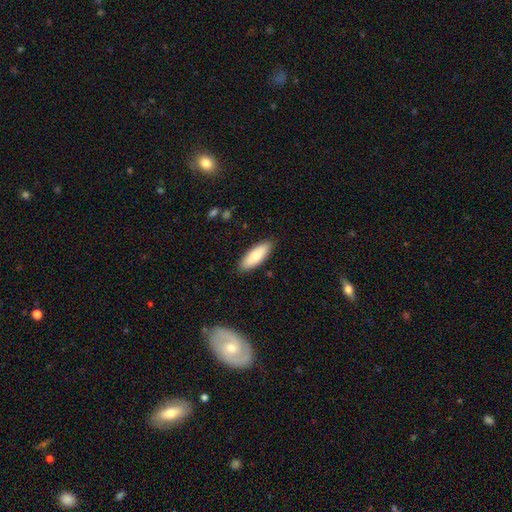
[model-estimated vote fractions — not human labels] This appears to be a smooth galaxy with no disk features (77%) that is in between round and cigar-shaped (67%). Merging: none (88%).